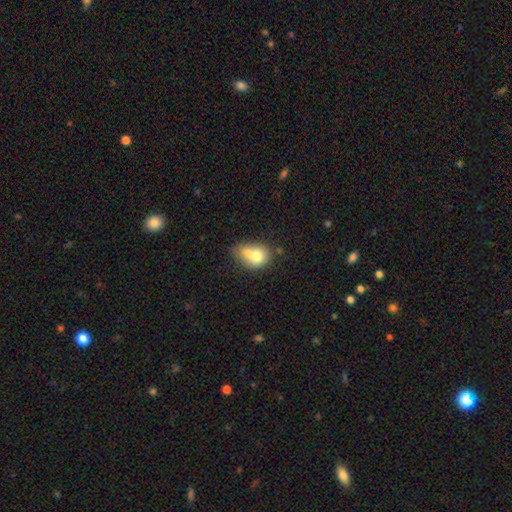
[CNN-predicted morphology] Smooth or featured: smooth — 69% (featured or disk — 22%)
How rounded: in between — 51% (round — 48%)
Merging: merger — 62% (none — 23%)